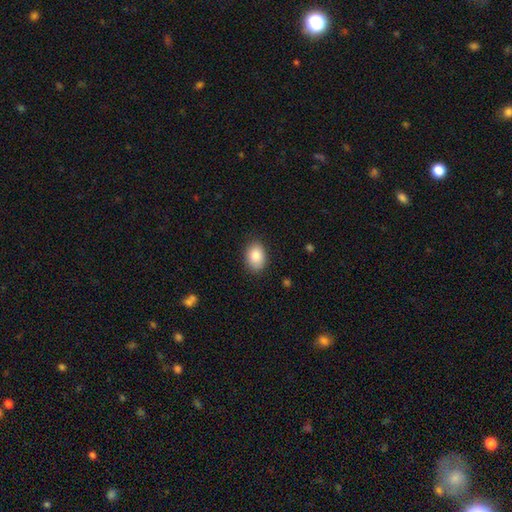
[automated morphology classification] Smooth or featured? smooth (87%)
How rounded? in between (82%)
Merging? none (85%)